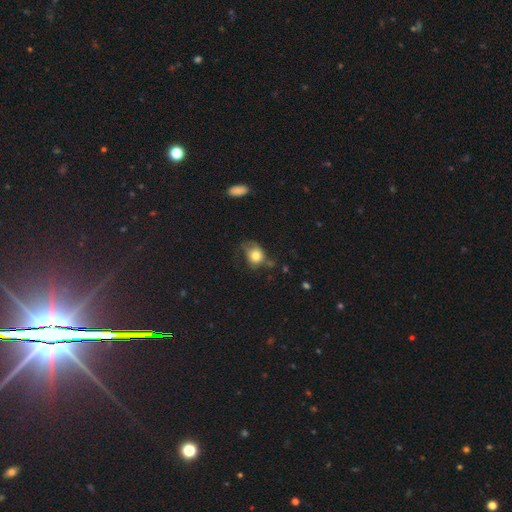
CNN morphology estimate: Overall: smooth (76%). How rounded: round (62%; in between 37%). Merging: none (36%; minor disturbance 33%).